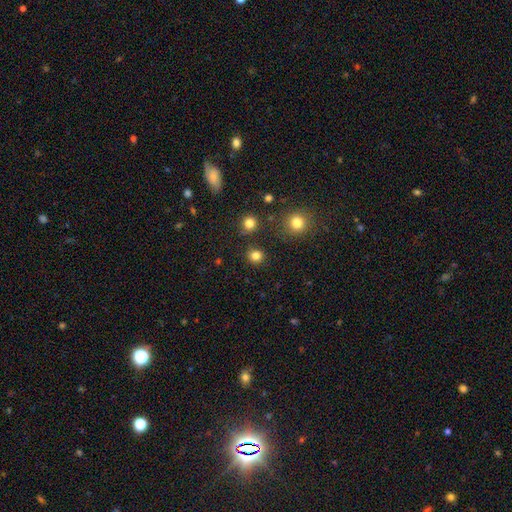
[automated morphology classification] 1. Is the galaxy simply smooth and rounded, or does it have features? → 82% smooth, 14% star or artifact, 4% featured or disk.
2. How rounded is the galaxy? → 87% round, 12% in between, 1% cigar-shaped.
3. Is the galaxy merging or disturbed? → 88% none, 7% minor disturbance, 3% merger, 2% major disturbance.